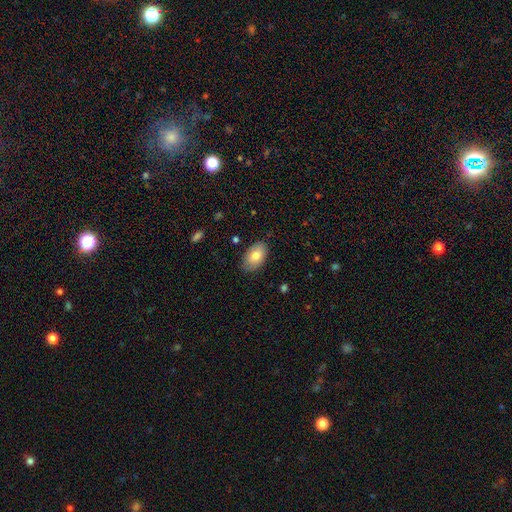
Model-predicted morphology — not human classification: smooth-or-featured: smooth: 79% | featured or disk: 14% | star or artifact: 6%
  how-rounded: in between: 94% | round: 5% | cigar-shaped: 1%
  merging: none: 81% | minor disturbance: 15% | major disturbance: 3% | merger: 1%